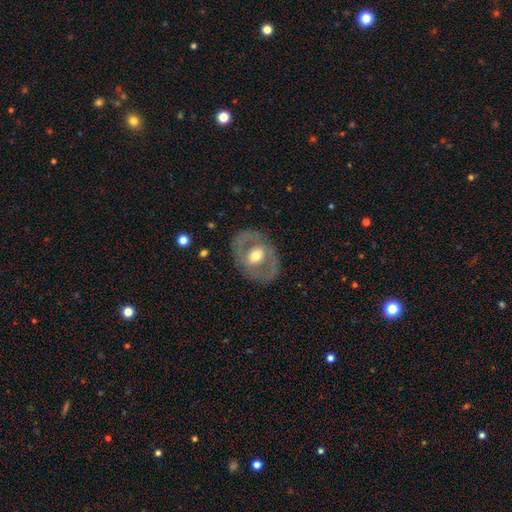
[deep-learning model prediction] Smooth or featured? featured or disk (60%)
Edge-on disk? no (93%)
Bar? no (53%)
Spiral arms? no (72%)
Bulge size? moderate (69%)
Merging? none (79%)